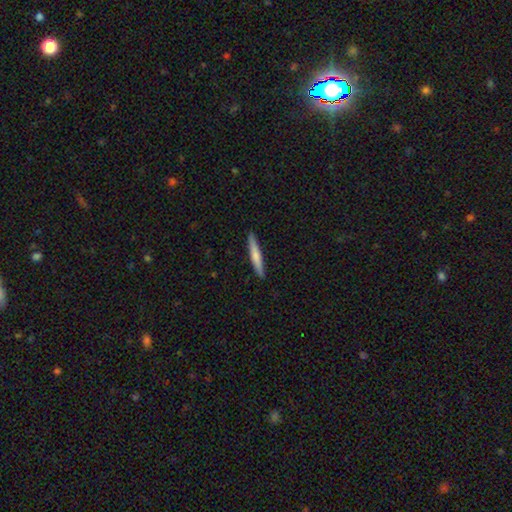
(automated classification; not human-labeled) smooth 66%, featured or disk 29%, star or artifact 5%. Down the decision tree: how rounded — cigar-shaped (95%); merging — none (91%).